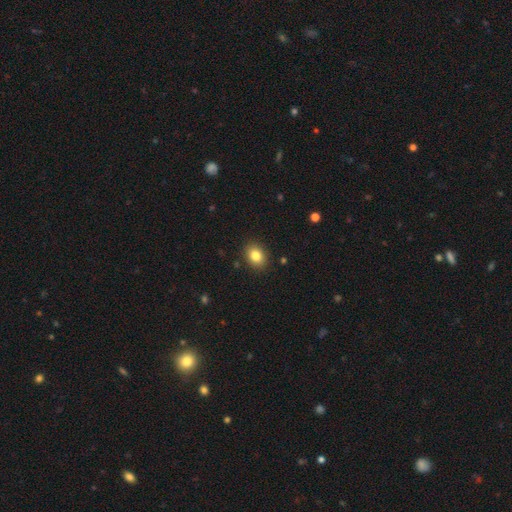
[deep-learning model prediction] smooth_or_featured: smooth (p=0.83) [alt: star or artifact p=0.10]
how_rounded: in between (p=0.58) [alt: round p=0.41]
merging: none (p=0.89) [alt: minor disturbance p=0.08]